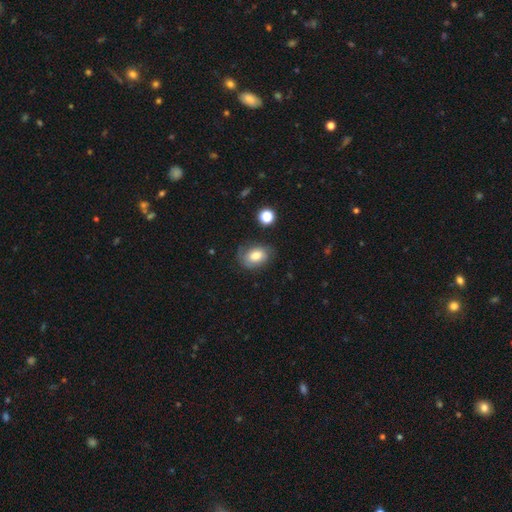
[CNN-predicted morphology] A smooth galaxy with no disk features (62%) that is in between round and cigar-shaped (69%). Merging: none (66%).